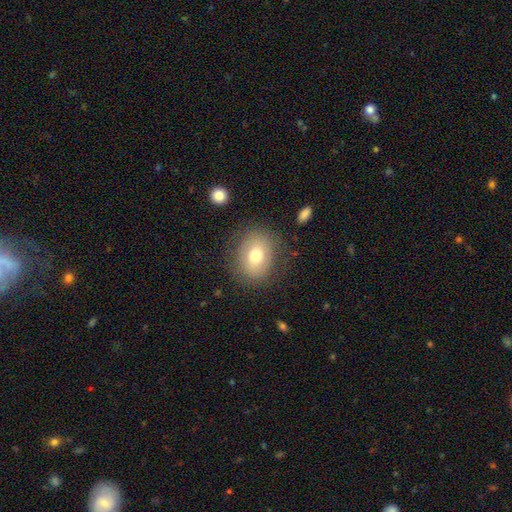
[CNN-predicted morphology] Smooth or featured? smooth (72%)
How rounded? round (53%)
Merging? none (79%)